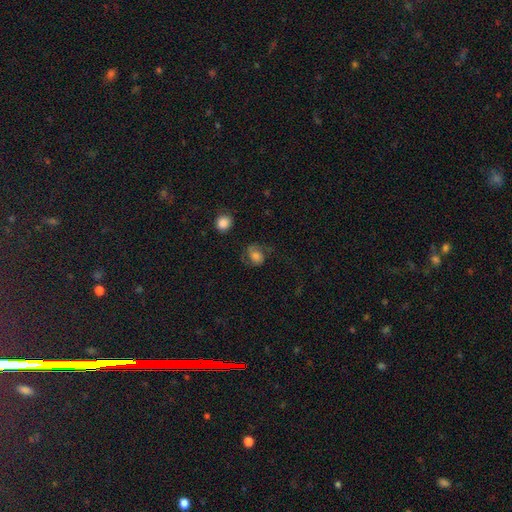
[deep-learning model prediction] The model was most divided on "smooth or featured" (2-way tie): smooth: 45%, featured or disk: 45%, star or artifact: 11%. More confident: merging — none (53%).